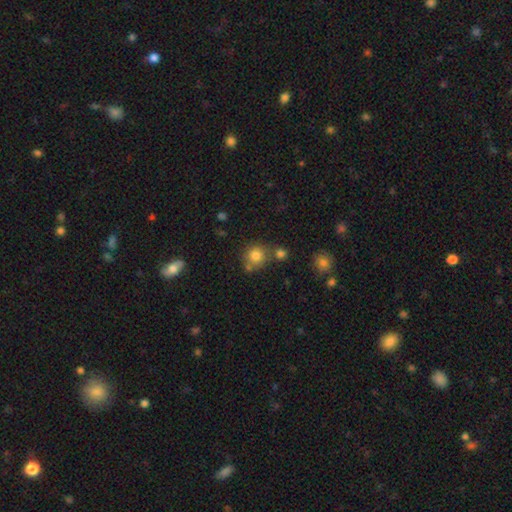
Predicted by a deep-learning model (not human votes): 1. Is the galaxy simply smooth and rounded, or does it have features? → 79% smooth, 12% star or artifact, 8% featured or disk.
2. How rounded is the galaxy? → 88% round, 11% in between, 1% cigar-shaped.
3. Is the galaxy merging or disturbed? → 63% none, 21% merger, 12% minor disturbance, 4% major disturbance.